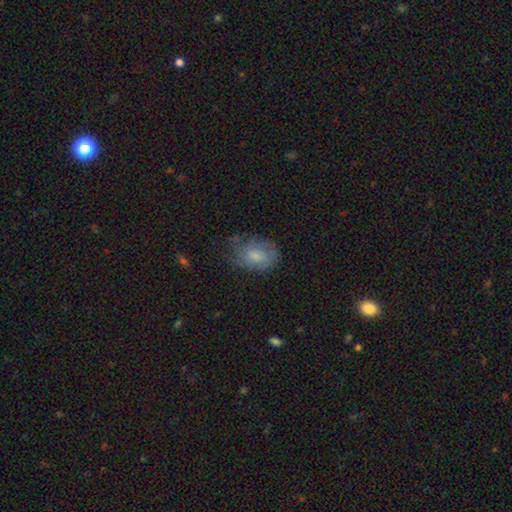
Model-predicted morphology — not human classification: This appears to be a smooth galaxy with no disk features (64%) that is in between round and cigar-shaped (77%). Merging: none (51%).